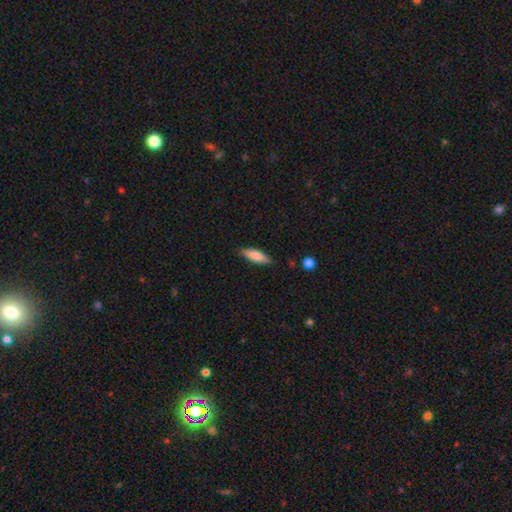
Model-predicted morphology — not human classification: Overall: smooth (81%). How rounded: cigar-shaped (53%; in between 45%). Merging: none (84%).